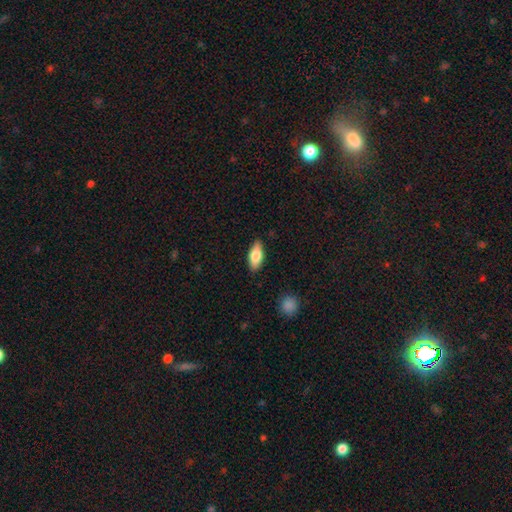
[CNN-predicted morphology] Q: Smooth or featured?
A: smooth (75%); runner-up: featured or disk (19%)
Q: How rounded?
A: in between (79%); runner-up: cigar-shaped (19%)
Q: Merging?
A: none (87%); runner-up: minor disturbance (10%)